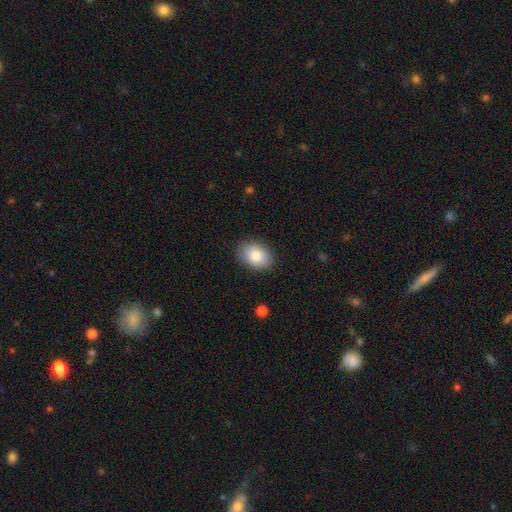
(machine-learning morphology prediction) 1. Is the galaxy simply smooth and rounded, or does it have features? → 84% smooth, 9% featured or disk, 7% star or artifact.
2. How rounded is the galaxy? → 80% in between, 19% round, 1% cigar-shaped.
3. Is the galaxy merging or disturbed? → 87% none, 10% minor disturbance, 2% major disturbance, 1% merger.